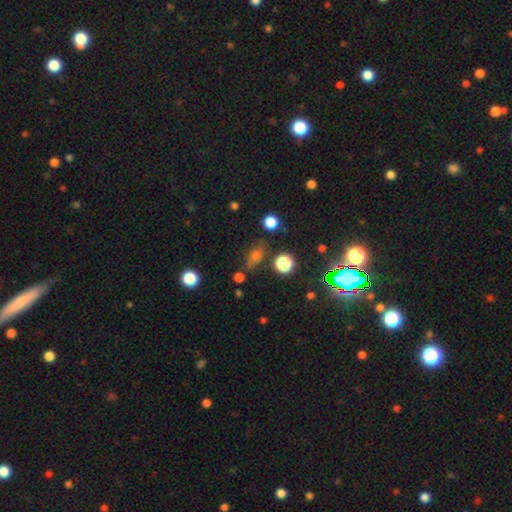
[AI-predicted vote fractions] A smooth galaxy with no disk features (55%) that is in between round and cigar-shaped (63%).

Vote fractions:
- Smooth or featured? smooth: 55% / star or artifact: 33% / featured or disk: 12%
- How rounded? in between: 63% / round: 28% / cigar-shaped: 9%
- Merging? none: 70% / minor disturbance: 17% / major disturbance: 7% / merger: 6%